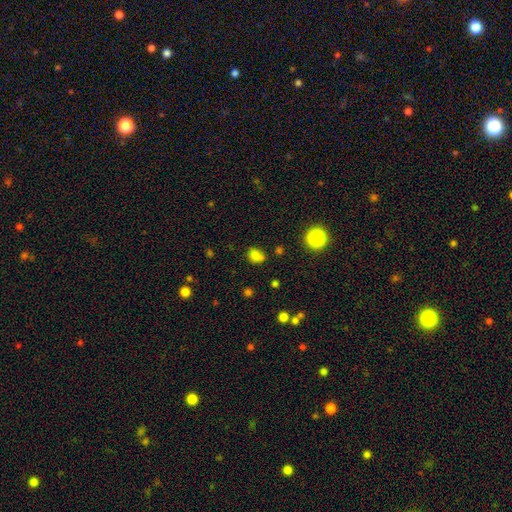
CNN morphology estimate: Overall: smooth (76%). How rounded: in between (55%; round 44%). Merging: none (65%).